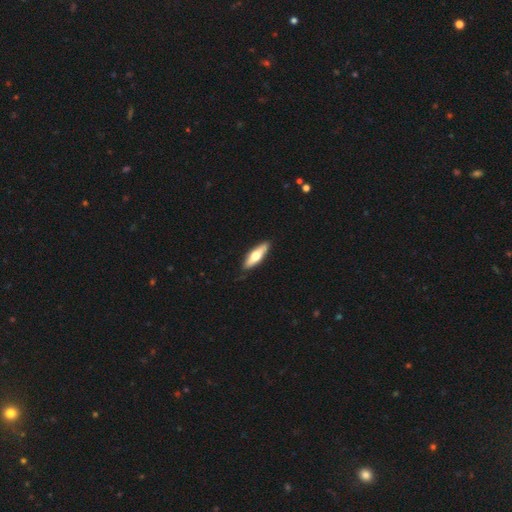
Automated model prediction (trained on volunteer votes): smooth_or_featured: smooth (p=0.53) [alt: featured or disk p=0.42]
how_rounded: cigar-shaped (p=0.61) [alt: in between p=0.37]
merging: none (p=0.86) [alt: minor disturbance p=0.11]